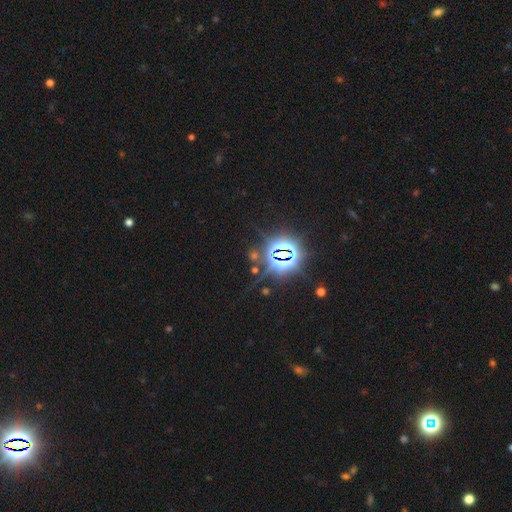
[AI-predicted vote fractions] Overall: star or artifact (82%).